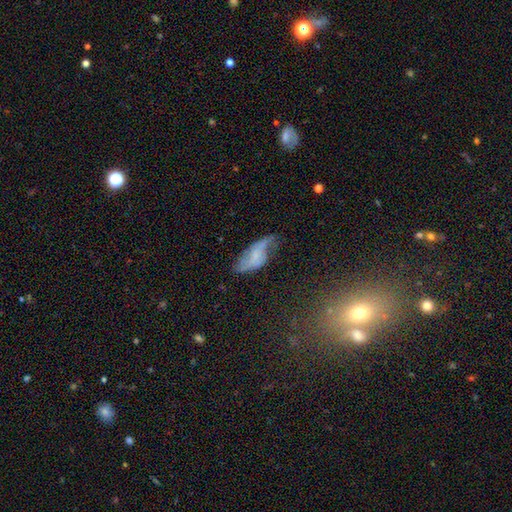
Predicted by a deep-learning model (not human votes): Overall: featured or disk (54%; smooth 37%). Edge-on disk: no (88%). Merging: none (36%; minor disturbance 35%).